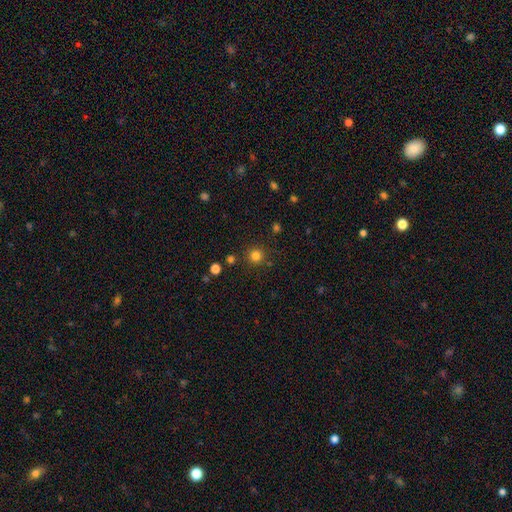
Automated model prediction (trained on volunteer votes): Smooth or featured? smooth (80%)
How rounded? round (95%)
Merging? none (87%)